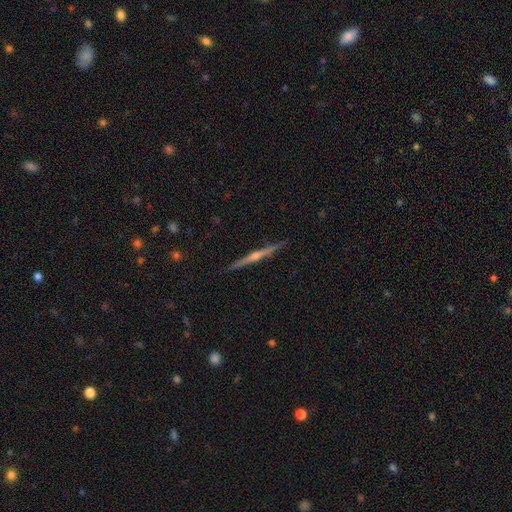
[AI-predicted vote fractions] This appears to be a featured or disk galaxy (81%) viewed edge-on (98%) with a rounded central bulge (83%). Merging: none (92%).